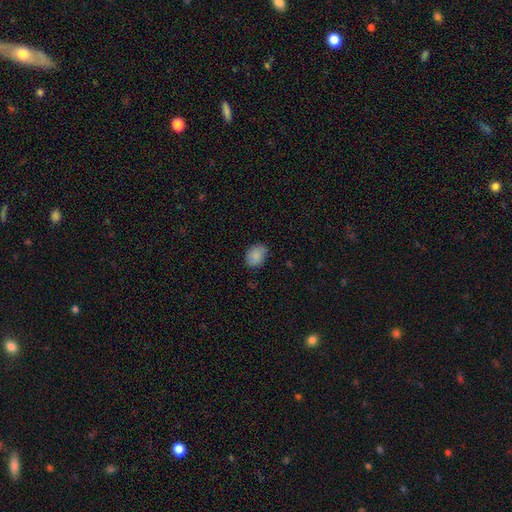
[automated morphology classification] smooth_or_featured: smooth (p=0.87) [alt: star or artifact p=0.08]
how_rounded: in between (p=0.60) [alt: round p=0.40]
merging: none (p=0.80) [alt: minor disturbance p=0.16]